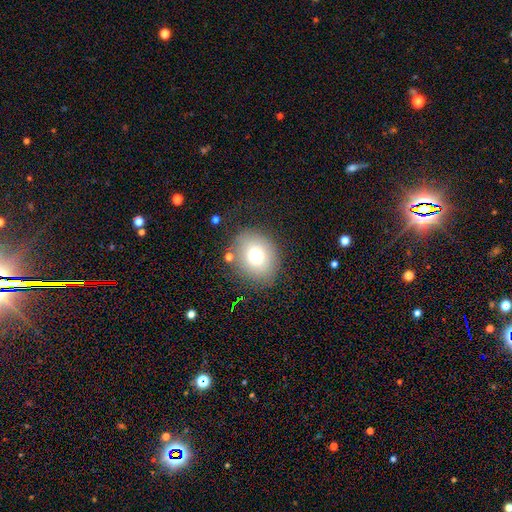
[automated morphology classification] type=smooth (74%); roundness=round (69%); merging=none (79%).